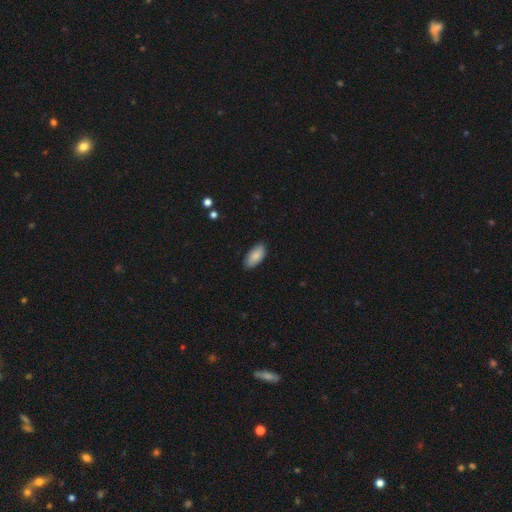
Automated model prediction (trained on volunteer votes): smooth-or-featured: smooth: 86% | featured or disk: 8% | star or artifact: 6%
  how-rounded: in between: 92% | cigar-shaped: 6% | round: 2%
  merging: none: 87% | minor disturbance: 10% | major disturbance: 2% | merger: 1%